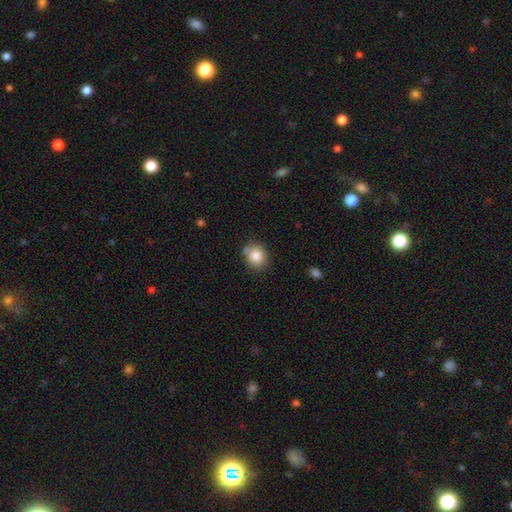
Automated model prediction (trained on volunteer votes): The model was most divided on "how rounded": round: 69%, in between: 30%, cigar-shaped: 1%. More confident: smooth or featured — smooth (84%); merging — none (76%).